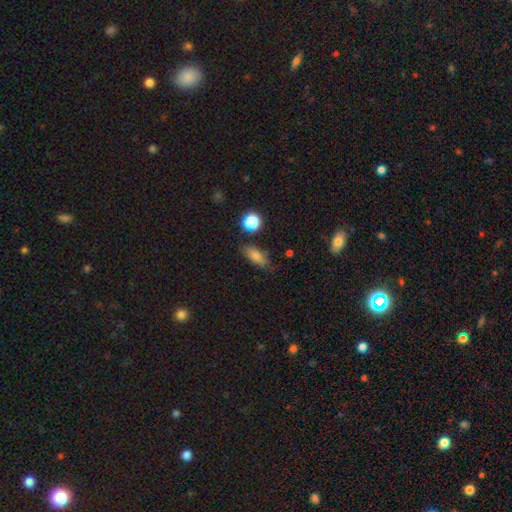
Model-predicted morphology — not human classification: This appears to be a smooth galaxy with no disk features (77%) that is in between round and cigar-shaped (75%). Merging: none (72%).